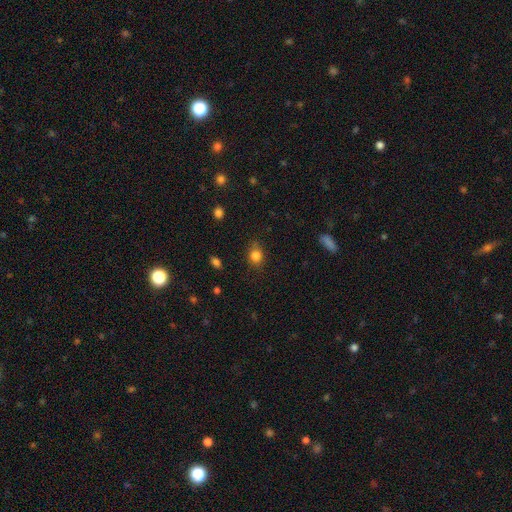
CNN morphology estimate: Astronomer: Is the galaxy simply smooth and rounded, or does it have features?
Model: smooth — 83%.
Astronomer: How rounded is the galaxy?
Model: round — 57% (runner-up: in between, 42%).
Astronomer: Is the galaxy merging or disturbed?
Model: none — 76%.